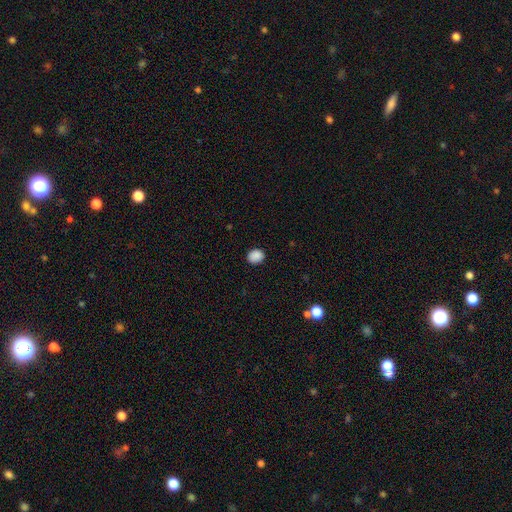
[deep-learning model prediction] Smooth or featured: smooth — 88% (star or artifact — 9%)
How rounded: round — 61% (in between — 38%)
Merging: none — 89% (minor disturbance — 8%)